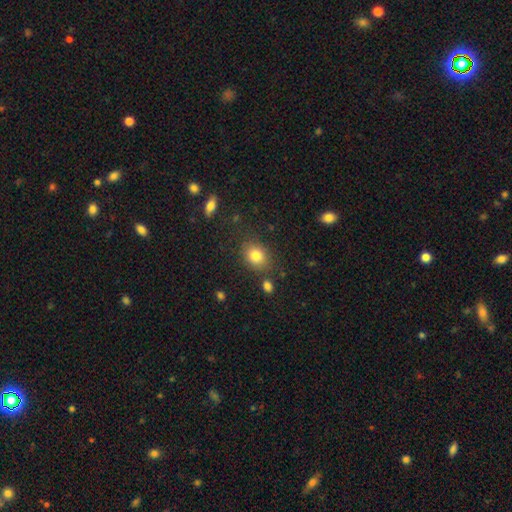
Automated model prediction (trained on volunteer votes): A smooth galaxy with no disk features (82%) that is in between round and cigar-shaped (52%). Merging: none (79%).